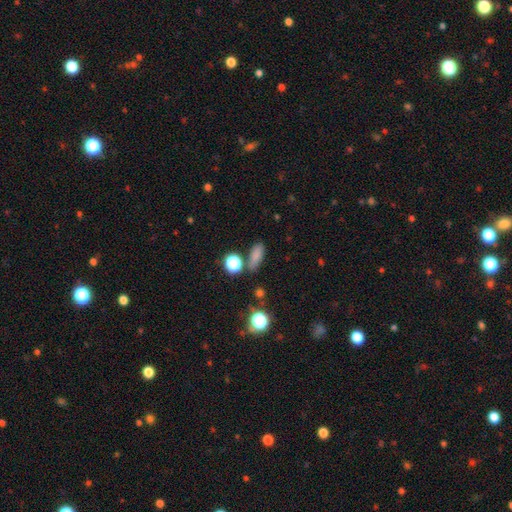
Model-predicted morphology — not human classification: smooth_or_featured: smooth (p=0.77) [alt: star or artifact p=0.16]
how_rounded: in between (p=0.64) [alt: cigar-shaped p=0.24]
merging: none (p=0.75) [alt: minor disturbance p=0.13]